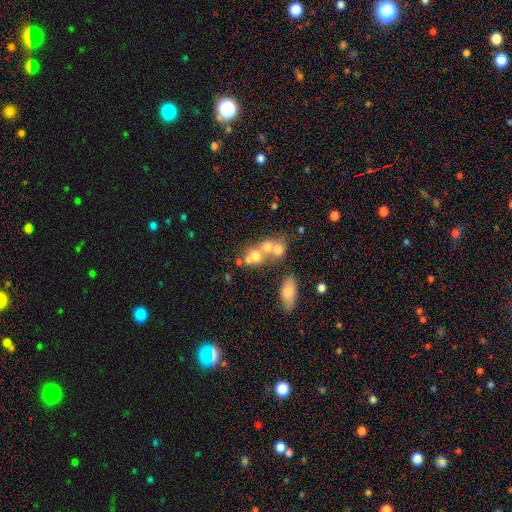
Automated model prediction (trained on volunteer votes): A smooth galaxy with no disk features (61%) that is round (62%). Merging: merger (58%).